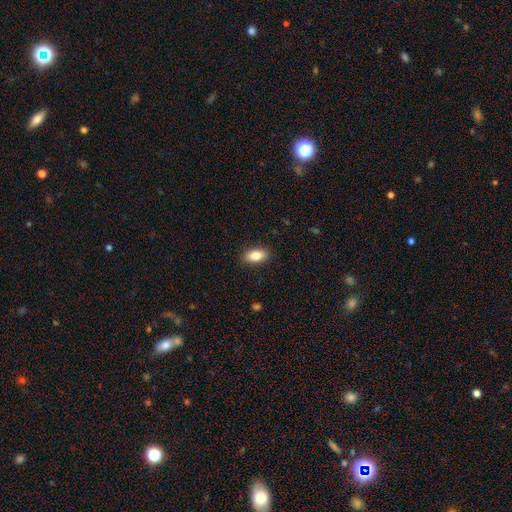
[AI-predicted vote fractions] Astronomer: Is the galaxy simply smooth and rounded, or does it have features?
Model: smooth — 83%.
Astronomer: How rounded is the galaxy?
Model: in between — 90%.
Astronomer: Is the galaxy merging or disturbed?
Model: none — 88%.